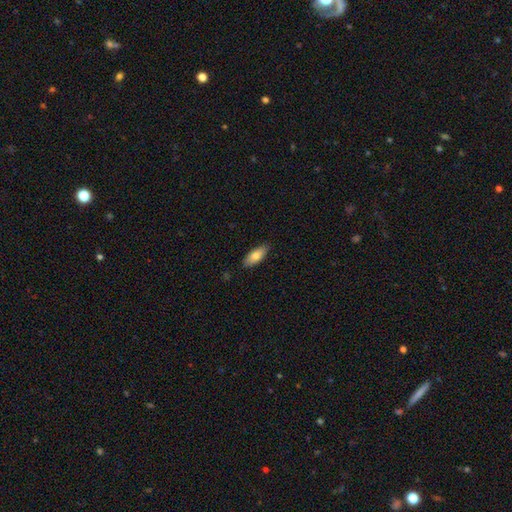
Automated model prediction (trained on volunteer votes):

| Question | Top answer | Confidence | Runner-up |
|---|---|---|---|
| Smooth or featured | smooth | 76% | featured or disk (18%) |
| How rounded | in between | 80% | cigar-shaped (18%) |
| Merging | none | 87% | minor disturbance (11%) |